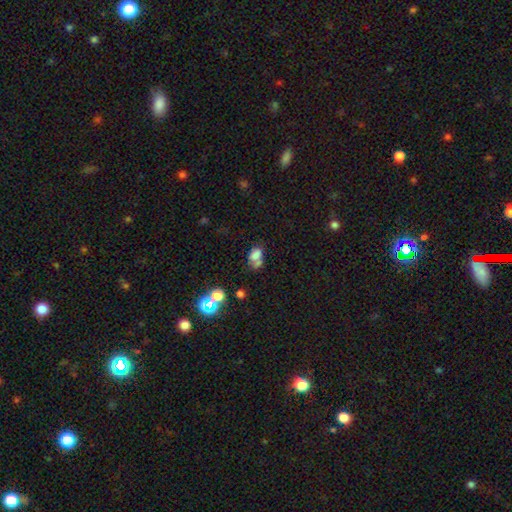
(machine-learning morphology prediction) Smooth or featured? Predicted: smooth (p=0.65). How rounded? Predicted: in between (p=0.79). Merging? Predicted: none (p=0.35).